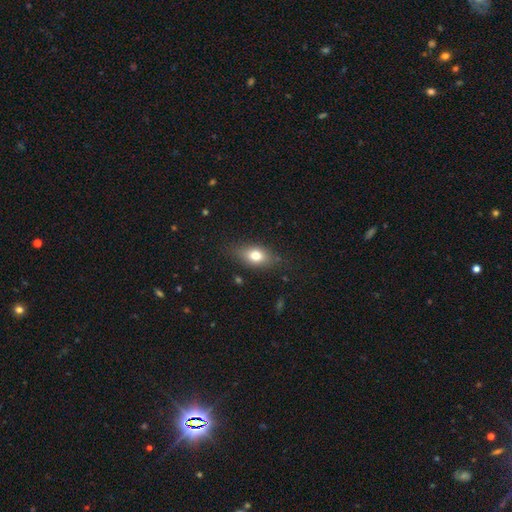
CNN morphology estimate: Overall: smooth (75%). How rounded: in between (78%). Merging: none (77%).